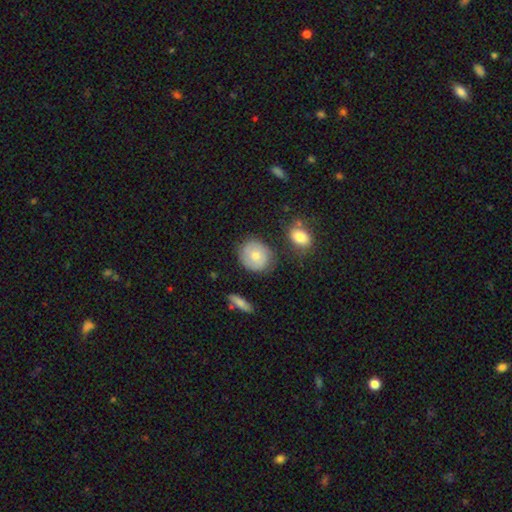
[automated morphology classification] smooth-or-featured: smooth: 57% | featured or disk: 35% | star or artifact: 8%
  how-rounded: round: 78% | in between: 20% | cigar-shaped: 1%
  merging: none: 75% | minor disturbance: 17% | major disturbance: 4% | merger: 4%